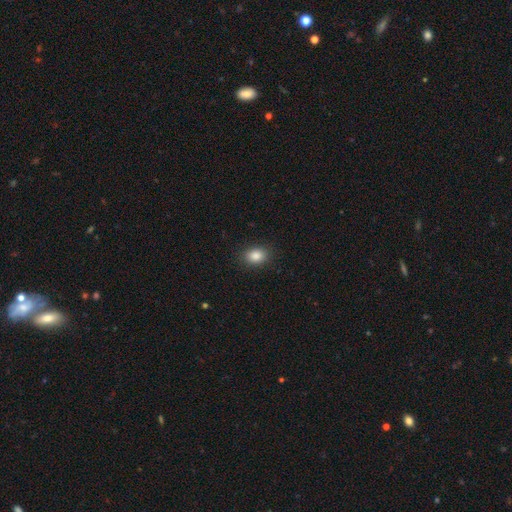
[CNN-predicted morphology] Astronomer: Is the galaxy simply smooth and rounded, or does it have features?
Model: smooth — 86%.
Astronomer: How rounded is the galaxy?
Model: in between — 72%.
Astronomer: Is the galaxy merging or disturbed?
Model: none — 88%.